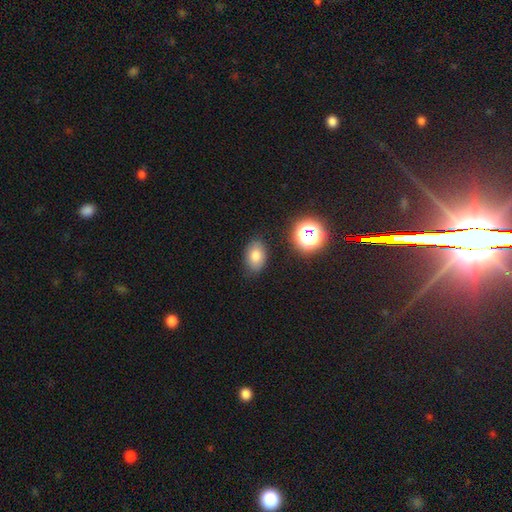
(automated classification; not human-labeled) smooth-or-featured: smooth: 76% | star or artifact: 13% | featured or disk: 11%
  how-rounded: in between: 80% | round: 19% | cigar-shaped: 1%
  merging: none: 84% | minor disturbance: 11% | major disturbance: 3% | merger: 2%